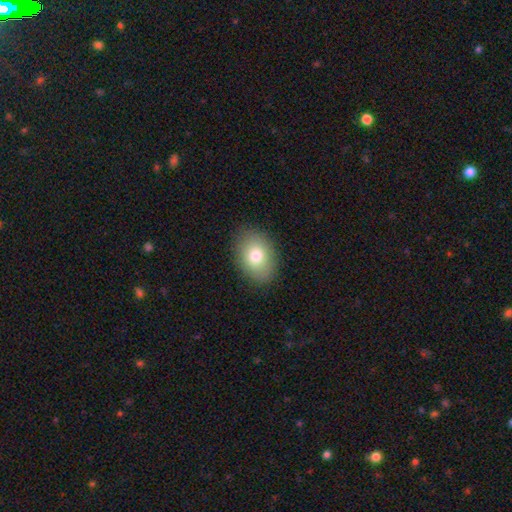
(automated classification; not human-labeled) Smooth or featured? smooth (79%)
How rounded? in between (77%)
Merging? none (87%)